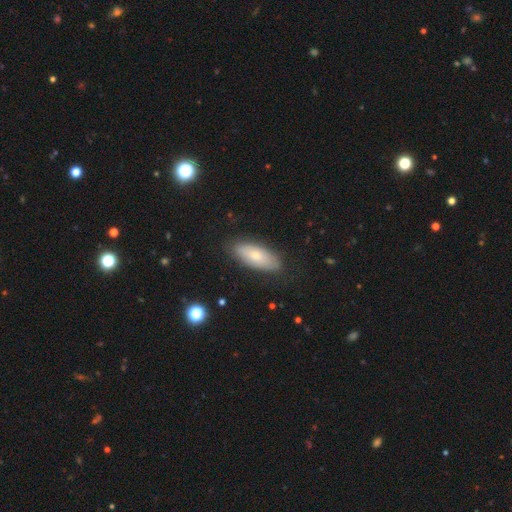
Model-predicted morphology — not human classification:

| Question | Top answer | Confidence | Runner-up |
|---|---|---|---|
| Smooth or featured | smooth | 68% | featured or disk (26%) |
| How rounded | in between | 82% | cigar-shaped (16%) |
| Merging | none | 82% | minor disturbance (14%) |